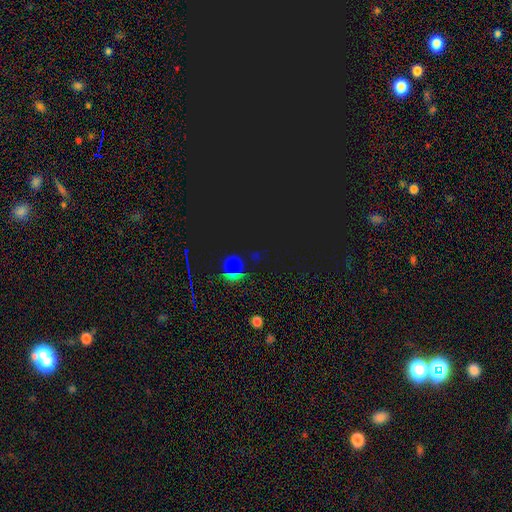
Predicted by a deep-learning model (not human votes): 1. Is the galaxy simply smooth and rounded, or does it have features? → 76% star or artifact, 18% smooth, 6% featured or disk.